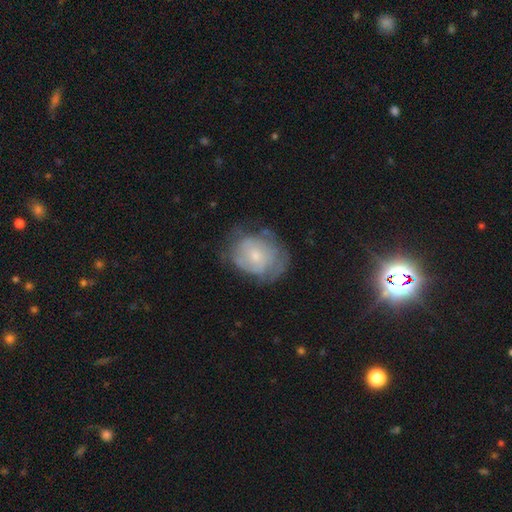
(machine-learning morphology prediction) This is possibly a featured or disk galaxy (57%). It is clearly not viewed edge-on (97%). Bar: likely no (74%). Spiral arm pattern: likely yes (70%). Central bulge: likely small (63%). Merging: possibly none (57%).